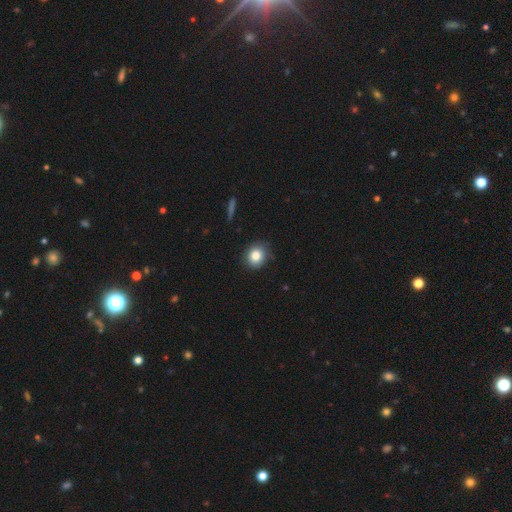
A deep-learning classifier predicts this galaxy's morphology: Smooth or featured? smooth (82%)
How rounded? round (70%)
Merging? none (82%)